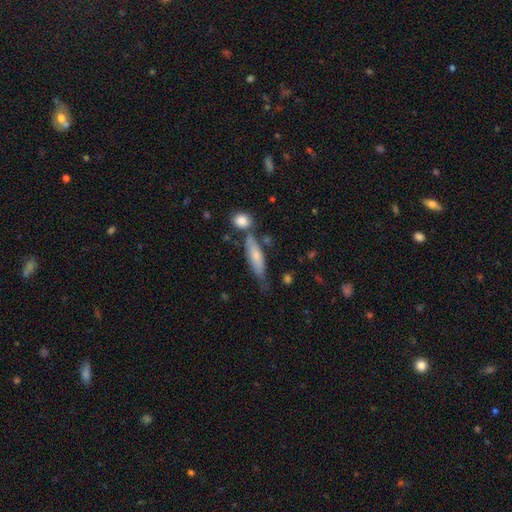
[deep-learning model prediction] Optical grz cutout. It shows a smooth galaxy with no disk features (68%) that is cigar-shaped (57%). Merging: none (51%).